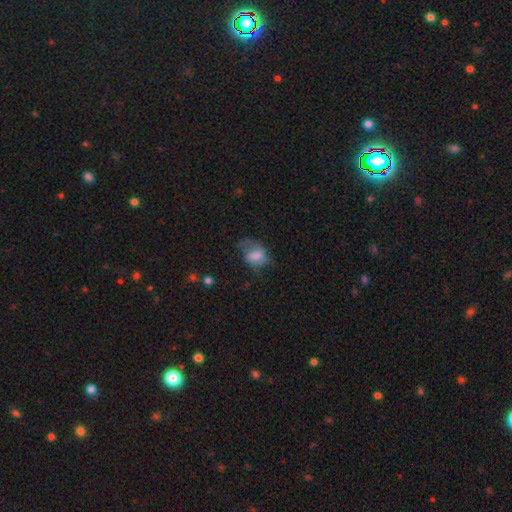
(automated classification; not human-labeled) Smooth or featured? Predicted: smooth (p=0.64). How rounded? Predicted: in between (p=0.76). Merging? Predicted: major disturbance (p=0.35).